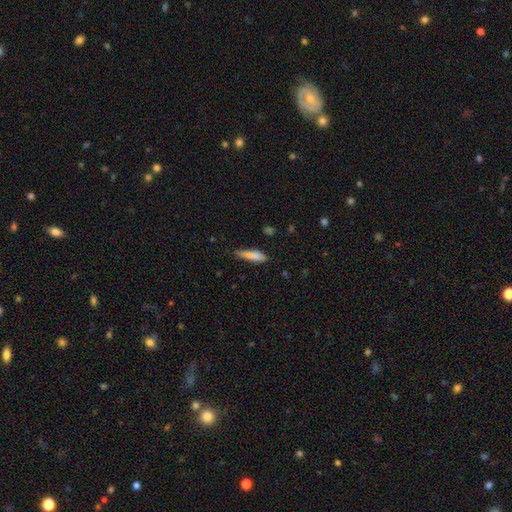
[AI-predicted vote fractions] Overall: smooth (82%). How rounded: cigar-shaped (74%). Merging: none (66%; minor disturbance 27%).